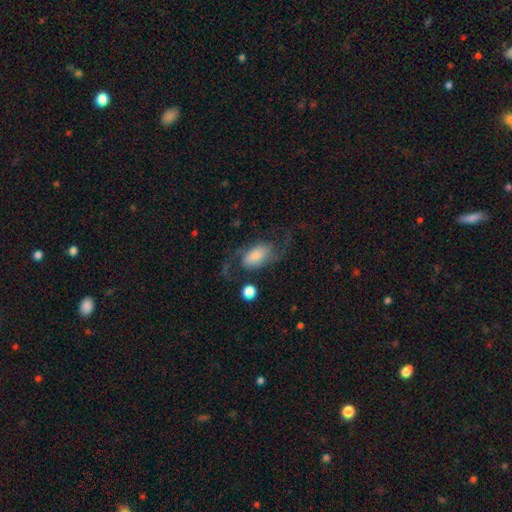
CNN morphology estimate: Q: Smooth or featured?
A: featured or disk (52%); runner-up: smooth (40%)
Q: Edge-on disk?
A: no (95%); runner-up: yes (5%)
Q: Merging?
A: none (49%); runner-up: major disturbance (28%)